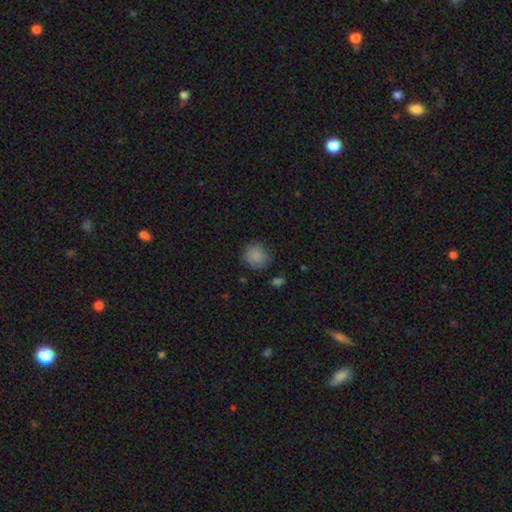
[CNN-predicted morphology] Smooth or featured: smooth — 85% (star or artifact — 10%)
How rounded: round — 88% (in between — 12%)
Merging: none — 81% (minor disturbance — 14%)